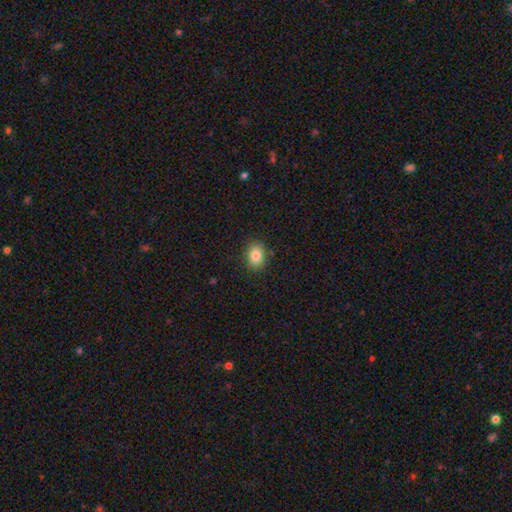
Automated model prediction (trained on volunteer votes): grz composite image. It shows a smooth galaxy with no disk features (84%) that is in between round and cigar-shaped (71%). Merging: none (86%).